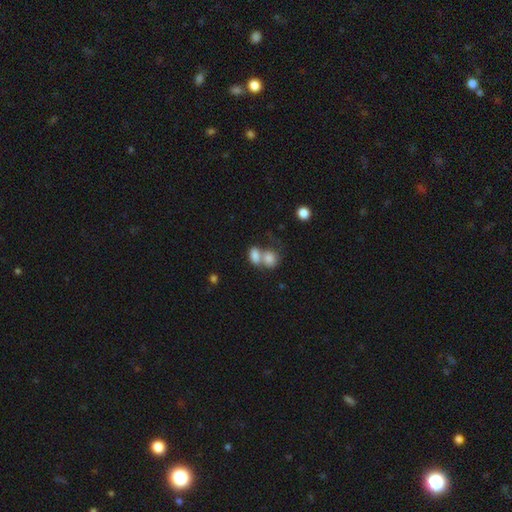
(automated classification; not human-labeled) smooth 80%, featured or disk 11%, star or artifact 9%. Down the decision tree: how rounded — in between (68%); merging — merger (63%).